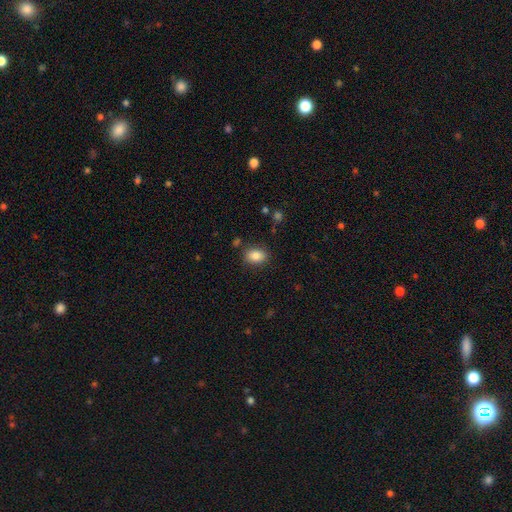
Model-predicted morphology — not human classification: Smooth or featured?
  - smooth: 86% *
  - star or artifact: 9%
  - featured or disk: 6%
How rounded?
  - in between: 78% *
  - round: 21%
  - cigar-shaped: 1%
Merging?
  - none: 84% *
  - minor disturbance: 10%
  - major disturbance: 3%
  - merger: 2%